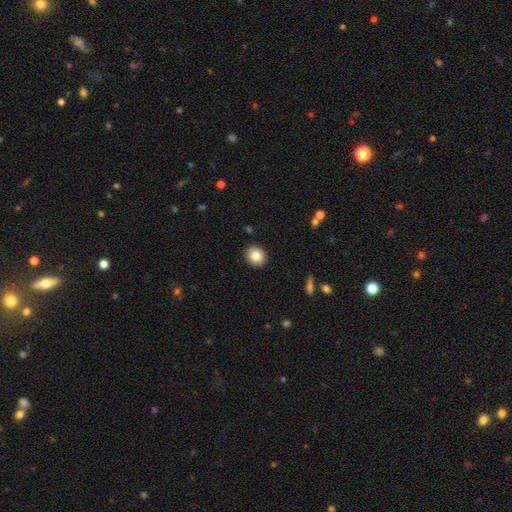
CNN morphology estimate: smooth 84%, star or artifact 9%, featured or disk 7%. Down the decision tree: how rounded — round (81%); merging — none (91%).